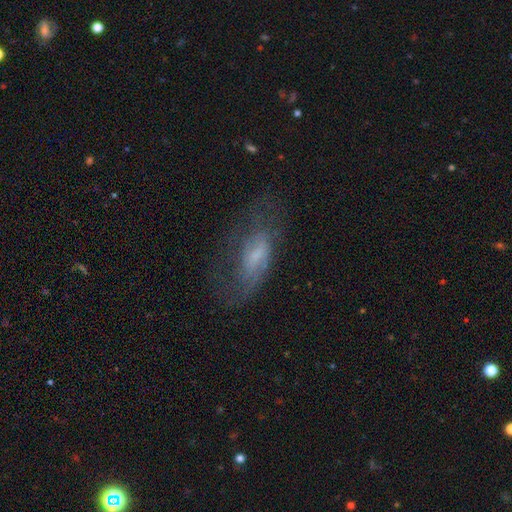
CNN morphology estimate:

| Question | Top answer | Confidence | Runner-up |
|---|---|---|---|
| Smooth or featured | featured or disk | 55% | smooth (34%) |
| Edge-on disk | no | 89% | yes (11%) |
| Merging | none | 47% | major disturbance (28%) |